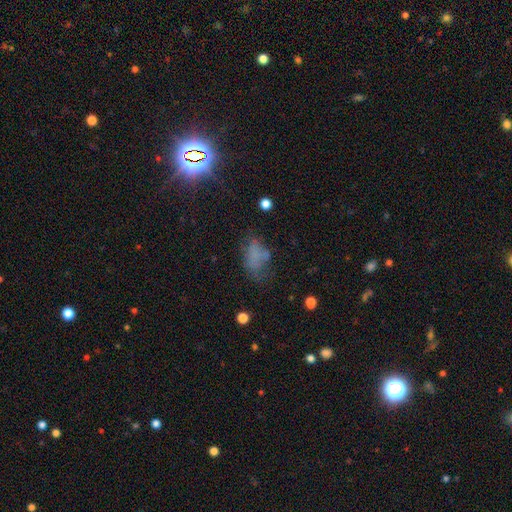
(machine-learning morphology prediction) This is possibly a smooth galaxy (58%). How rounded: clearly in between (86%). Merging: marginally none (39%).